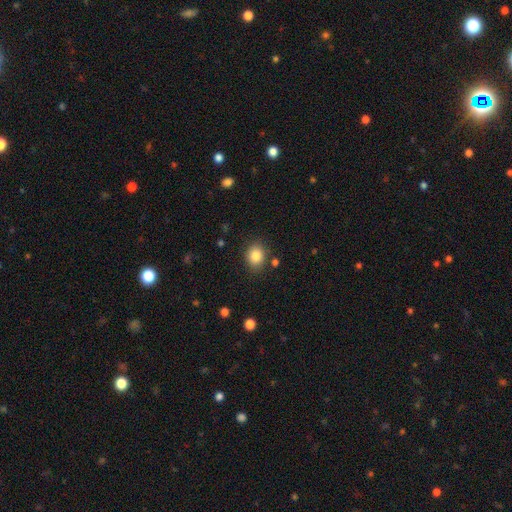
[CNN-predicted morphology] The model was most divided on "how rounded": round: 59%, in between: 40%, cigar-shaped: 1%. More confident: smooth or featured — smooth (85%); merging — none (83%).